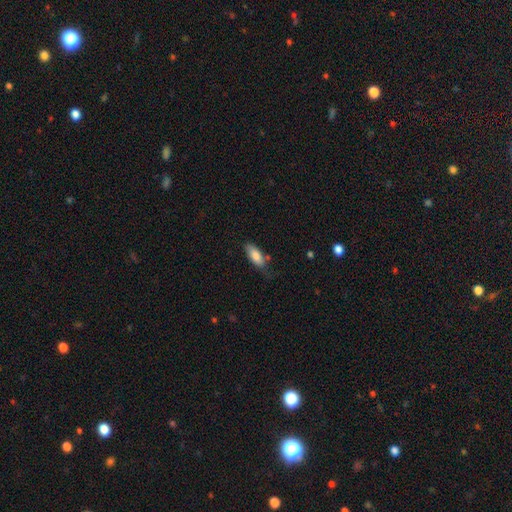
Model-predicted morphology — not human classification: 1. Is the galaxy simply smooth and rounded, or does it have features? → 83% smooth, 11% featured or disk, 6% star or artifact.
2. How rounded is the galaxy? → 81% in between, 17% cigar-shaped, 2% round.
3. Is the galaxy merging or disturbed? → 63% none, 27% minor disturbance, 6% major disturbance, 4% merger.